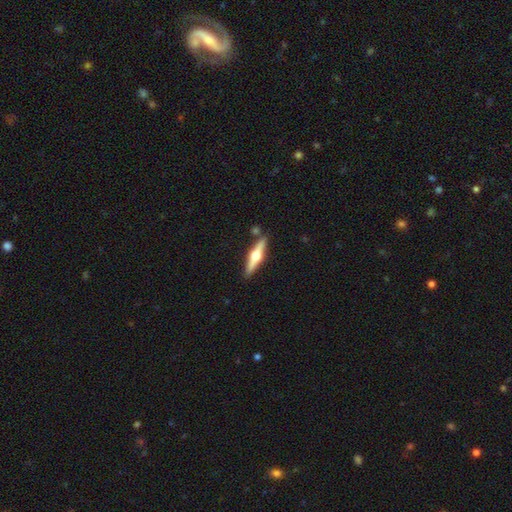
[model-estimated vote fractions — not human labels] Overall: featured or disk (72%). Edge-on disk: yes (97%). Edge-on bulge: rounded (96%). Merging: none (86%).